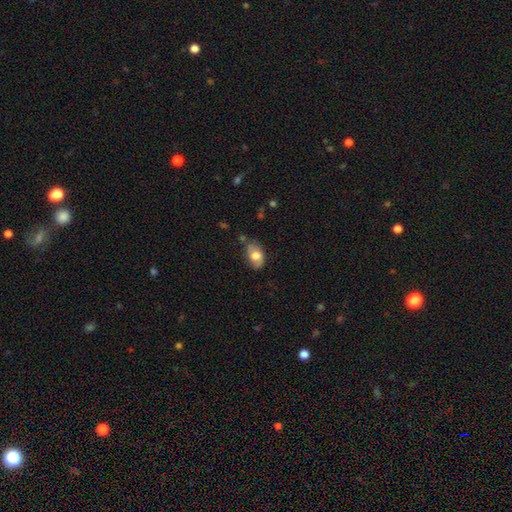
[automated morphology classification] This is likely a smooth galaxy (70%). How rounded: clearly in between (89%). Merging: likely none (68%).